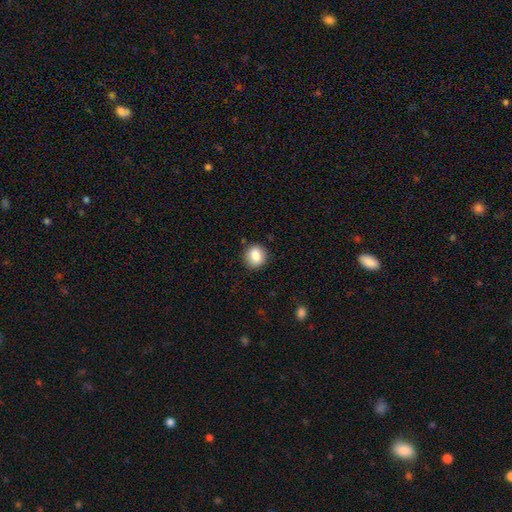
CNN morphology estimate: Smooth or featured: smooth — 85% (star or artifact — 9%)
How rounded: round — 81% (in between — 18%)
Merging: none — 86% (minor disturbance — 10%)